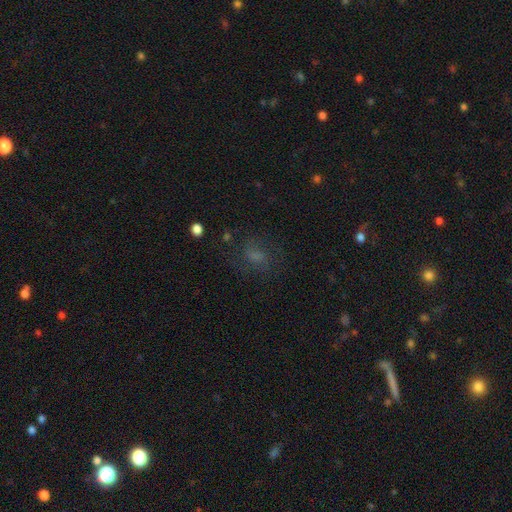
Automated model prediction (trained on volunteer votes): smooth_or_featured: smooth (p=0.38) [alt: featured or disk p=0.36]
merging: none (p=0.69) [alt: minor disturbance p=0.16]